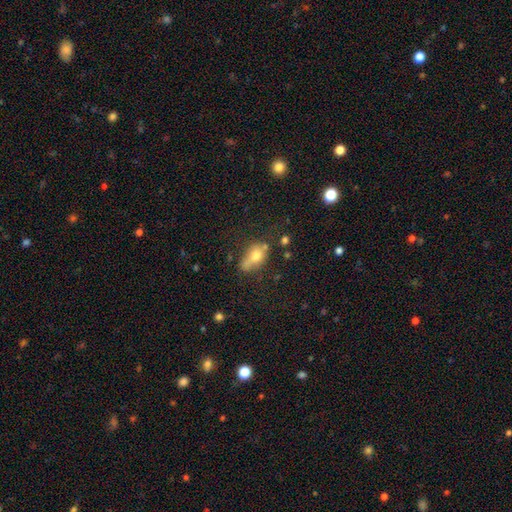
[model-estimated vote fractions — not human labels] A smooth galaxy with no disk features (67%) that is in between round and cigar-shaped (76%).

Vote fractions:
- Smooth or featured? smooth: 67% / featured or disk: 22% / star or artifact: 11%
- How rounded? in between: 76% / round: 17% / cigar-shaped: 7%
- Merging? none: 45% / minor disturbance: 26% / merger: 16% / major disturbance: 12%